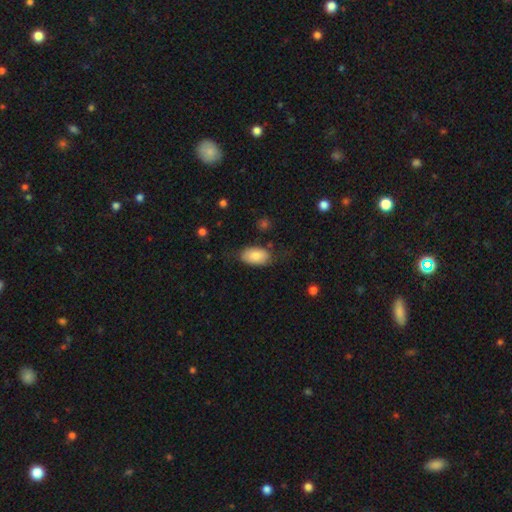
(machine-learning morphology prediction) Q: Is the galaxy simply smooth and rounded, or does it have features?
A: smooth — 83%.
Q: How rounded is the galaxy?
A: in between — 94%.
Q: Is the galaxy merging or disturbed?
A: none — 68%.